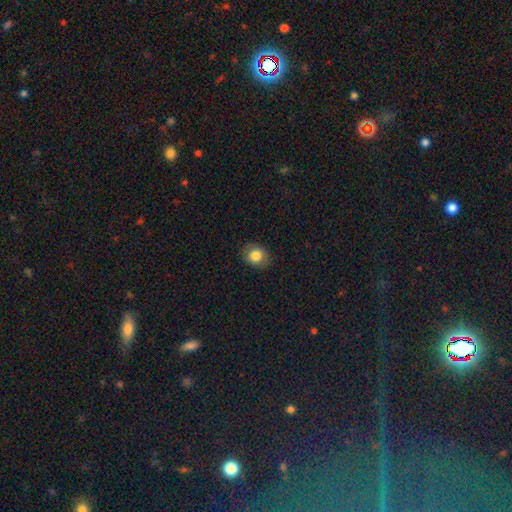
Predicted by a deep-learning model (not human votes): Smooth or featured: smooth — 82% (featured or disk — 9%)
How rounded: round — 56% (in between — 43%)
Merging: none — 84% (minor disturbance — 12%)